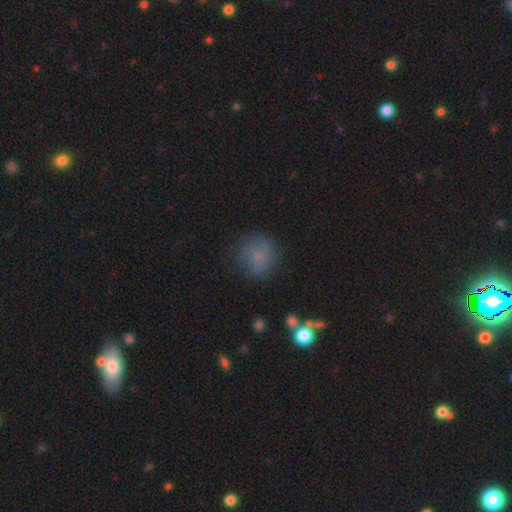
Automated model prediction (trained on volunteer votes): Morphology: type=smooth (67%); roundness=round (86%); merging=none (69%).